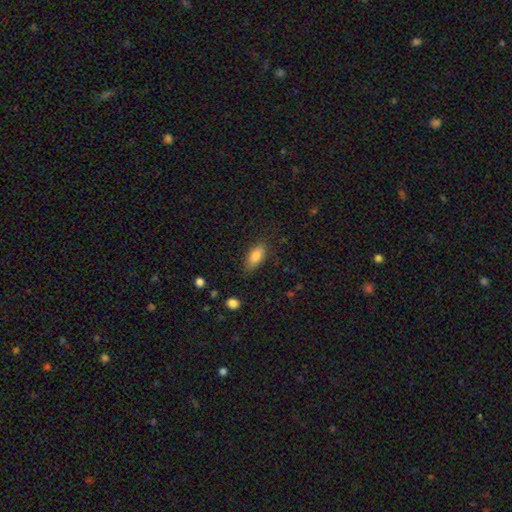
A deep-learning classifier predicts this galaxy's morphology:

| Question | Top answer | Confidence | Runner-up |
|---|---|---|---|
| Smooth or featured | smooth | 82% | featured or disk (11%) |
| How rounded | in between | 83% | cigar-shaped (14%) |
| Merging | none | 82% | minor disturbance (14%) |